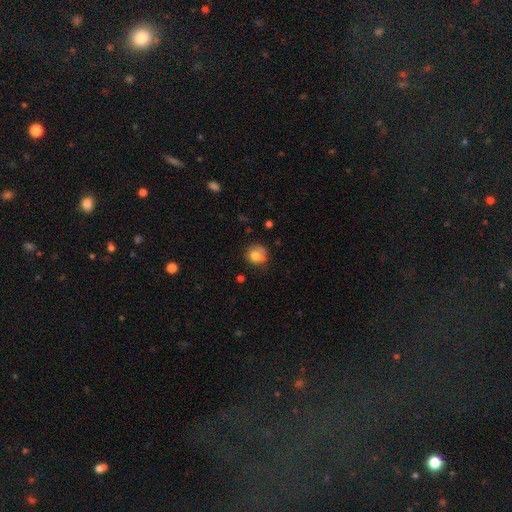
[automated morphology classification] Smooth or featured?
  - smooth: 76% *
  - featured or disk: 15%
  - star or artifact: 9%
How rounded?
  - round: 79% *
  - in between: 20%
  - cigar-shaped: 1%
Merging?
  - none: 62% *
  - minor disturbance: 26%
  - major disturbance: 9%
  - merger: 3%